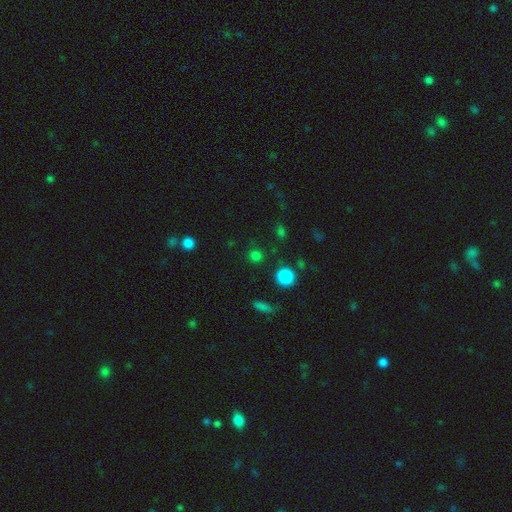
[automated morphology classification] A smooth galaxy with no disk features (76%) that is round (90%). Merging: none (85%).